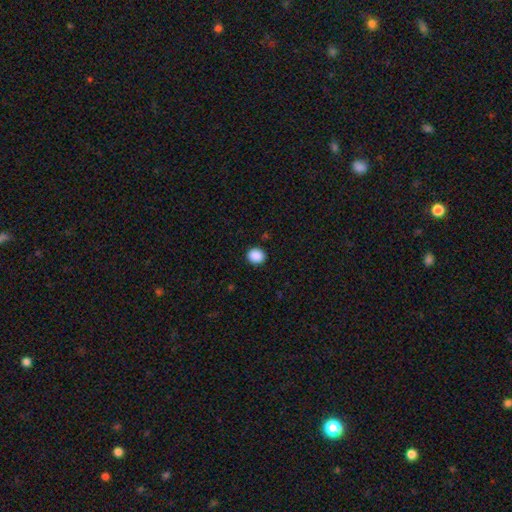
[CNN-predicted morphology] A smooth galaxy with no disk features (89%) that is round (81%).

Vote fractions:
- Smooth or featured? smooth: 89% / star or artifact: 9% / featured or disk: 2%
- How rounded? round: 81% / in between: 18% / cigar-shaped: 1%
- Merging? none: 91% / minor disturbance: 6% / major disturbance: 2% / merger: 1%